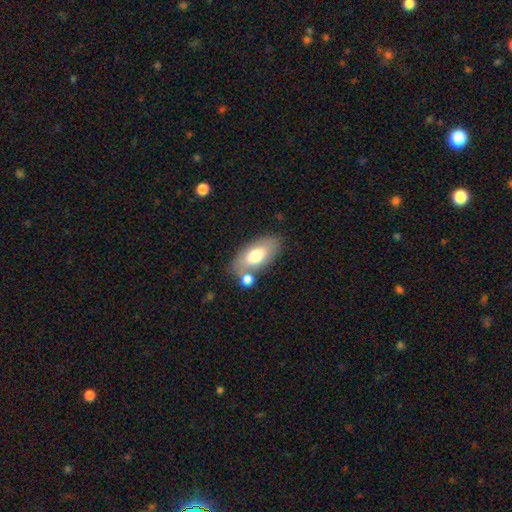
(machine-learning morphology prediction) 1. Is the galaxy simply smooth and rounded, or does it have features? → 70% smooth, 23% featured or disk, 7% star or artifact.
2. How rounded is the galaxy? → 90% in between, 6% cigar-shaped, 4% round.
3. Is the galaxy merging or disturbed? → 65% none, 16% merger, 15% minor disturbance, 4% major disturbance.